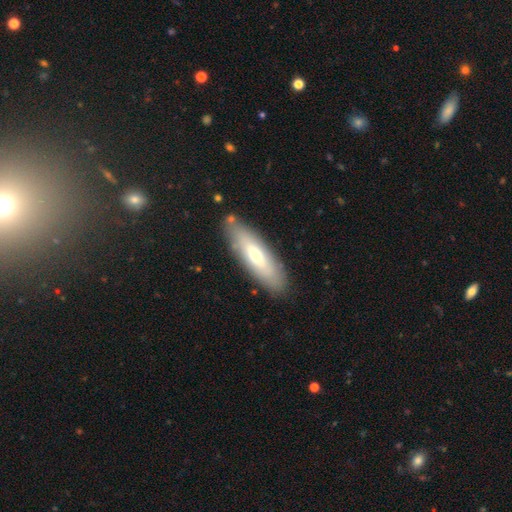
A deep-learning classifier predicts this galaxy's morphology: Smooth or featured? smooth (60%)
How rounded? cigar-shaped (49%, tied with in between)
Merging? none (83%)